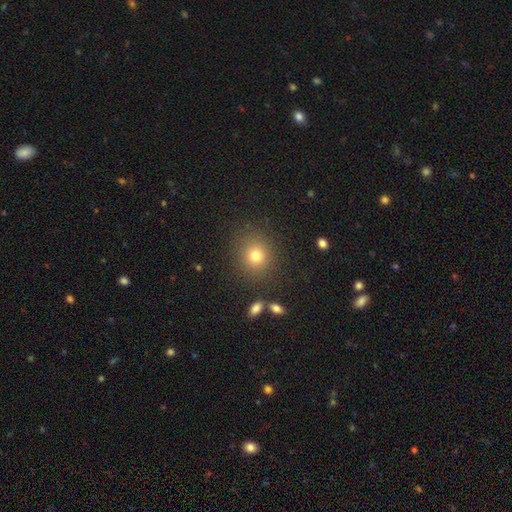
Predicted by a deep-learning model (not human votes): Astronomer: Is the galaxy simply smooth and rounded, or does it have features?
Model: smooth — 76%.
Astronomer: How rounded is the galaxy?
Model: round — 84%.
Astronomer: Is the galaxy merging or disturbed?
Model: none — 86%.